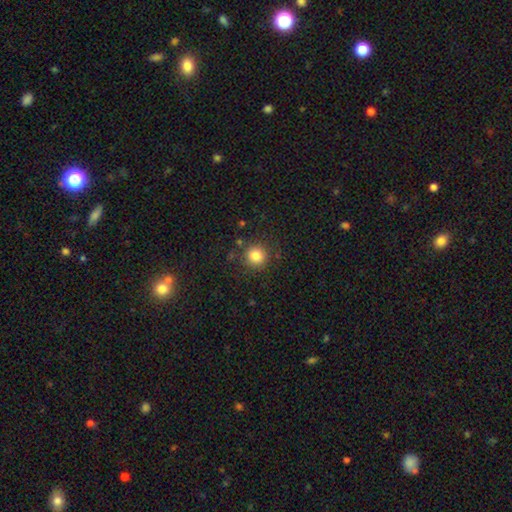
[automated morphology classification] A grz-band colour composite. It shows a smooth galaxy with no disk features (83%) that is round (93%). Merging: none (86%).